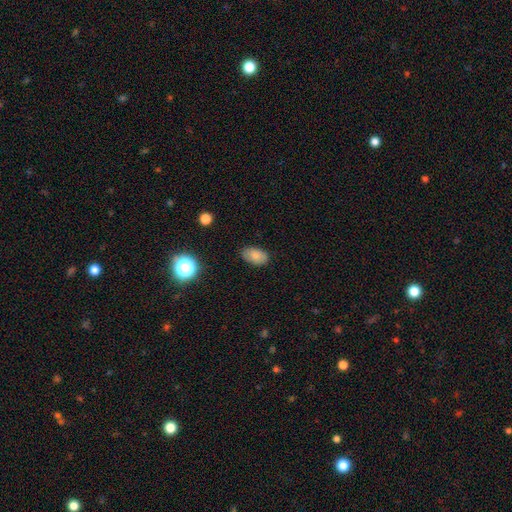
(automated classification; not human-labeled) This appears to be a smooth galaxy with no disk features (82%) that is in between round and cigar-shaped (92%). Merging: none (83%).